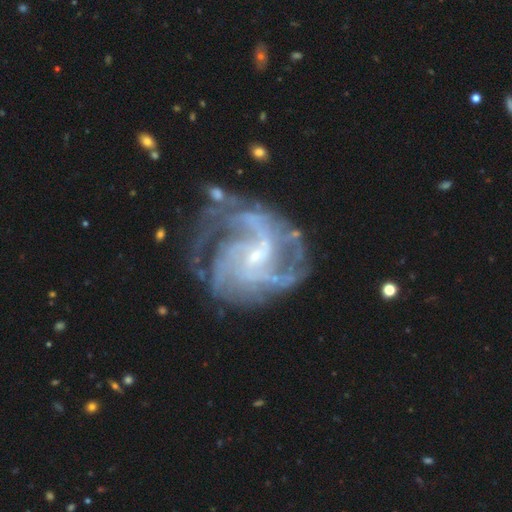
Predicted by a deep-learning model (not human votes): Overall: featured or disk (90%). Edge-on disk: no (98%). Bar: weak (46%; no 38%). Spiral arms: yes (97%). Spiral arm count: 3 (24%; 2 21%). Spiral winding: medium (48%; tight 37%). Bulge size: small (80%). Merging: none (61%).